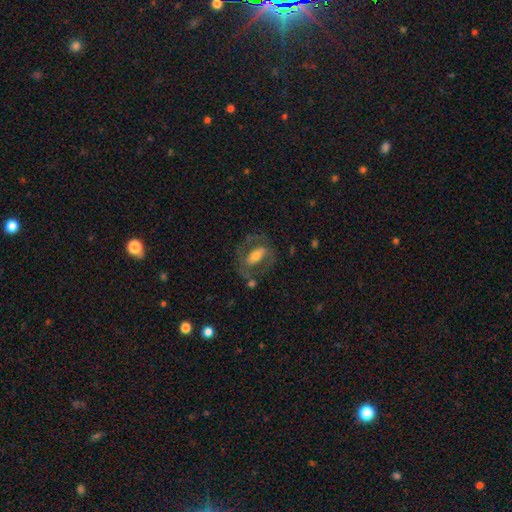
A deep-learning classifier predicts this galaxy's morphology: Smooth or featured: featured or disk — 59% (smooth — 34%)
Edge-on disk: no — 89% (yes — 11%)
Bar: strong — 41% (no — 31%)
Spiral arms: yes — 50% (tied with no — 50%)
Bulge size: moderate — 51% (small — 26%)
Merging: none — 54% (major disturbance — 22%)